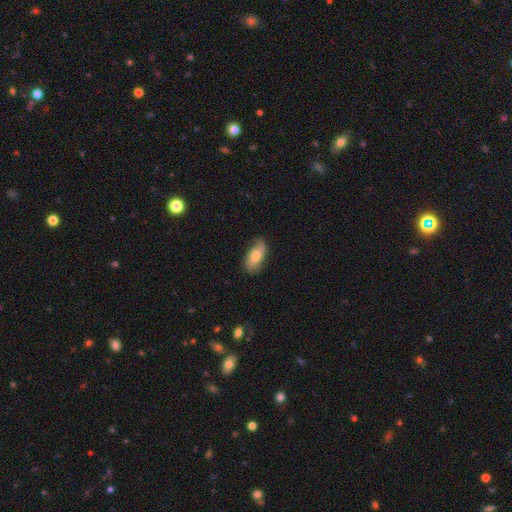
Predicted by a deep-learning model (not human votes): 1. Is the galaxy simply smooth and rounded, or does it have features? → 66% smooth, 27% featured or disk, 7% star or artifact.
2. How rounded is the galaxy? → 85% in between, 12% cigar-shaped, 3% round.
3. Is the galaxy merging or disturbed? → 72% none, 22% minor disturbance, 5% major disturbance, 1% merger.